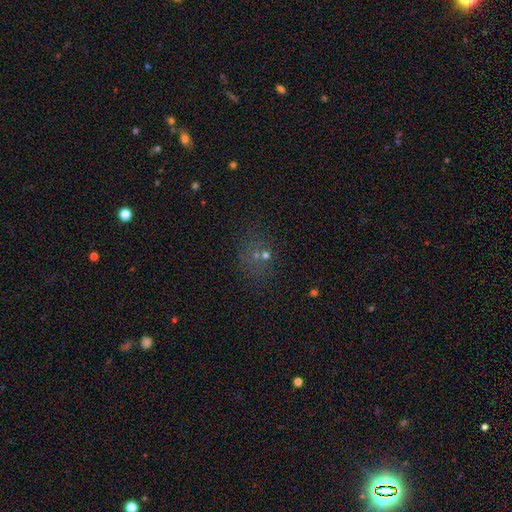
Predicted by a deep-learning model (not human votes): This appears to be a smooth galaxy with no disk features (44%). Merging: none (70%).